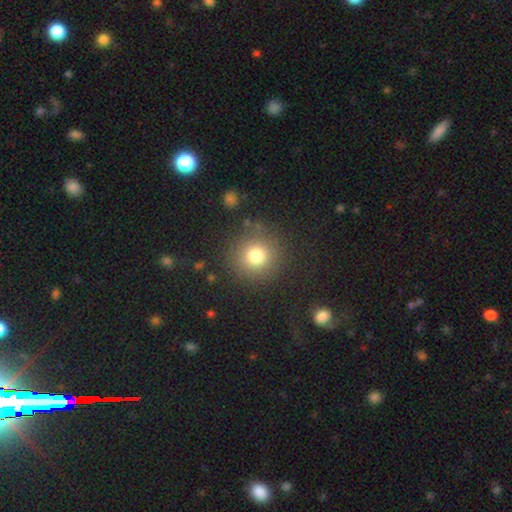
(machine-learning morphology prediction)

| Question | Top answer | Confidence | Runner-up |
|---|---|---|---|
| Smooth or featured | smooth | 78% | star or artifact (14%) |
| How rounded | round | 93% | in between (6%) |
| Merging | none | 86% | minor disturbance (8%) |